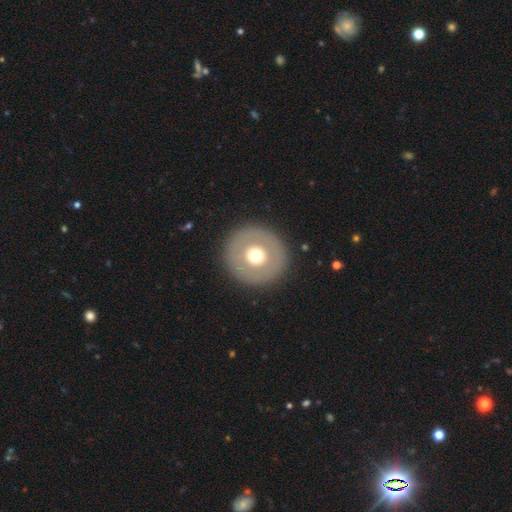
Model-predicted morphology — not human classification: Smooth or featured? smooth (55%)
How rounded? round (95%)
Merging? none (90%)